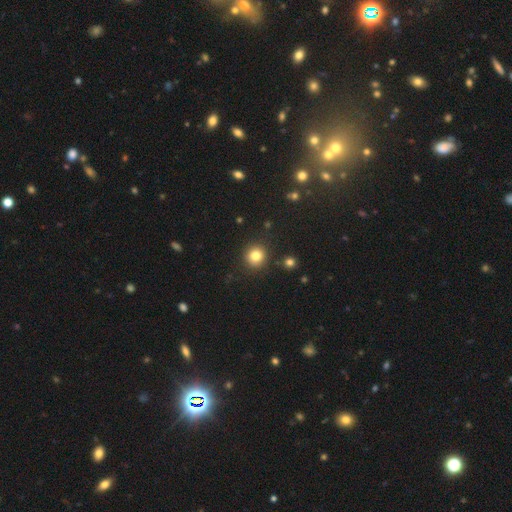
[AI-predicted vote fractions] smooth 81%, star or artifact 12%, featured or disk 6%. Down the decision tree: how rounded — round (92%); merging — none (89%).